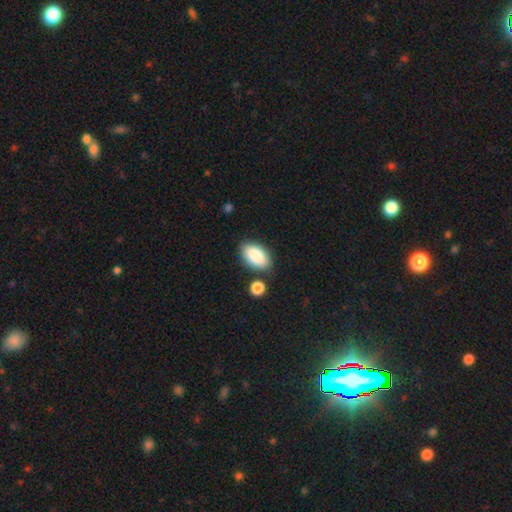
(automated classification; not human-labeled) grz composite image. It shows a smooth galaxy with no disk features (87%) that is in between round and cigar-shaped (94%). Merging: none (79%).